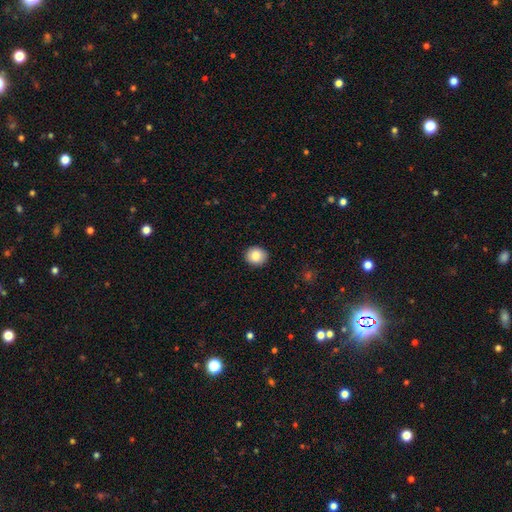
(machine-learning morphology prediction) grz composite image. It shows a smooth galaxy with no disk features (86%) that is round (80%). Merging: none (91%).